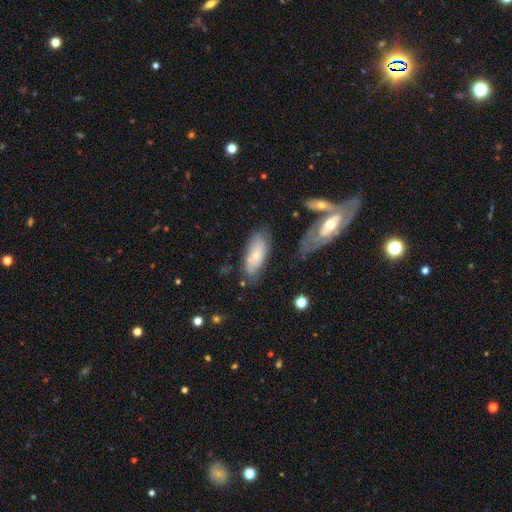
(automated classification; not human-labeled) Smooth or featured? Predicted: smooth (p=0.55). How rounded? Predicted: in between (p=0.81). Merging? Predicted: none (p=0.61).